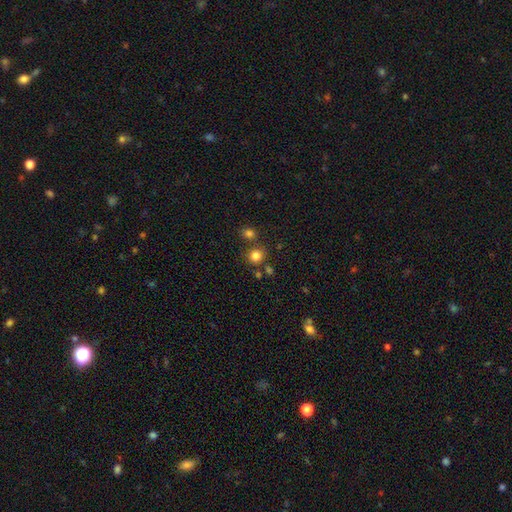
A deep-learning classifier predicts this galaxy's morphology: type=smooth (81%); roundness=round (83%); merging=none (71%).